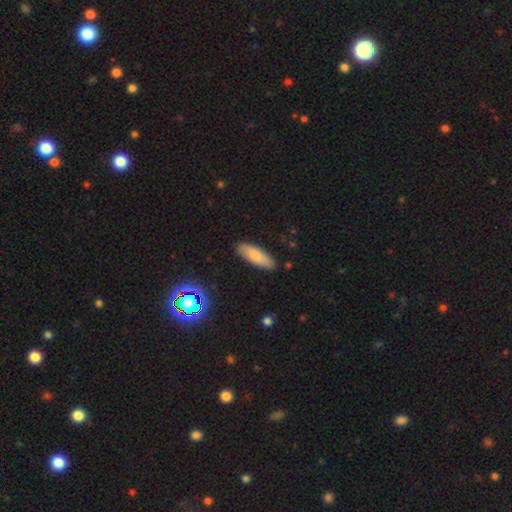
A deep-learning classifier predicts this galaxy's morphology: Smooth or featured? Predicted: smooth (p=0.78). How rounded? Predicted: in between (p=0.60). Merging? Predicted: none (p=0.87).